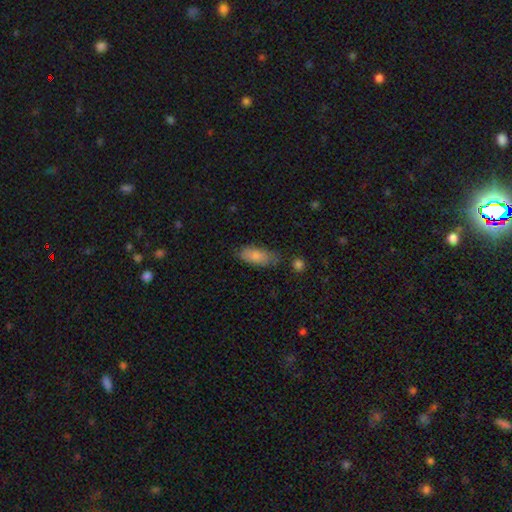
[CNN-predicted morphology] This is clearly a smooth galaxy (83%). How rounded: clearly in between (84%). Merging: likely none (65%).